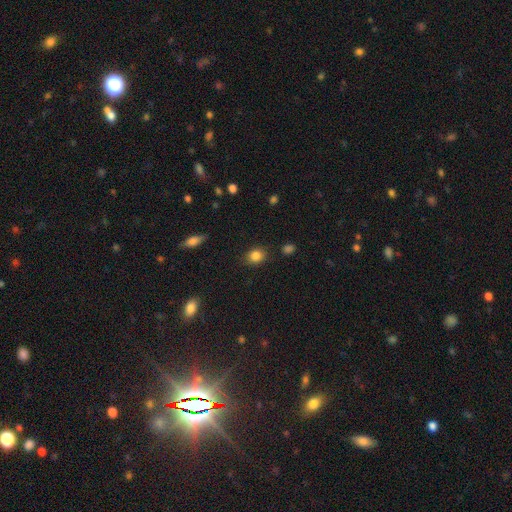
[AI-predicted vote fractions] smooth-or-featured: smooth: 84% | star or artifact: 10% | featured or disk: 5%
  how-rounded: round: 54% | in between: 44% | cigar-shaped: 1%
  merging: none: 82% | minor disturbance: 13% | major disturbance: 3% | merger: 2%